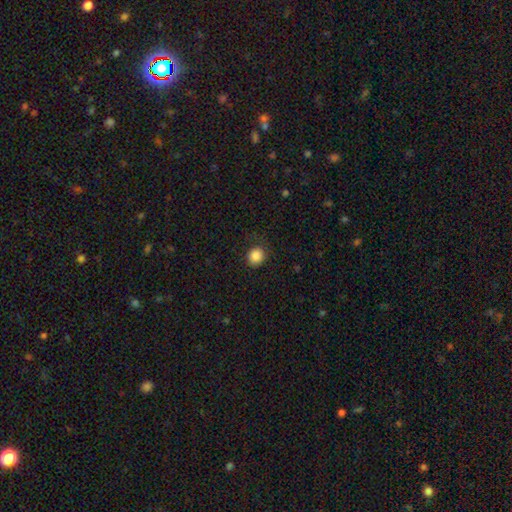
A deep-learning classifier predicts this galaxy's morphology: smooth-or-featured: smooth: 86% | star or artifact: 10% | featured or disk: 4%
  how-rounded: round: 82% | in between: 17% | cigar-shaped: 1%
  merging: none: 84% | minor disturbance: 12% | major disturbance: 3% | merger: 1%